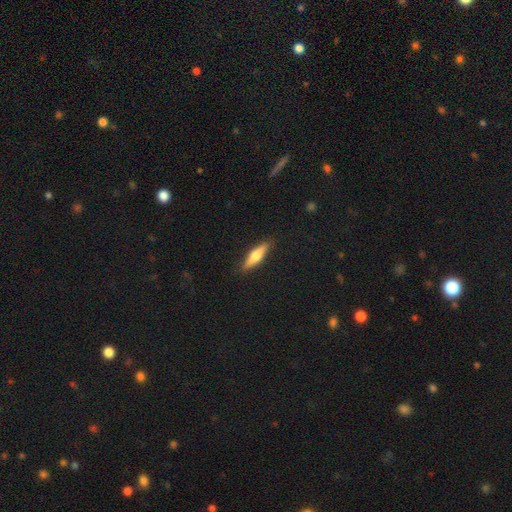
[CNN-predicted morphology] smooth_or_featured: smooth (p=0.53) [alt: featured or disk p=0.41]
how_rounded: cigar-shaped (p=0.73) [alt: in between p=0.25]
merging: none (p=0.88) [alt: minor disturbance p=0.09]